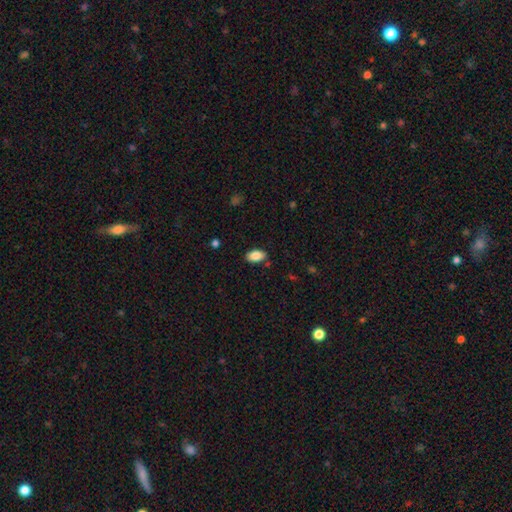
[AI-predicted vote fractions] smooth-or-featured: smooth: 86% | star or artifact: 7% | featured or disk: 6%
  how-rounded: in between: 93% | round: 5% | cigar-shaped: 2%
  merging: none: 84% | minor disturbance: 11% | major disturbance: 2% | merger: 2%